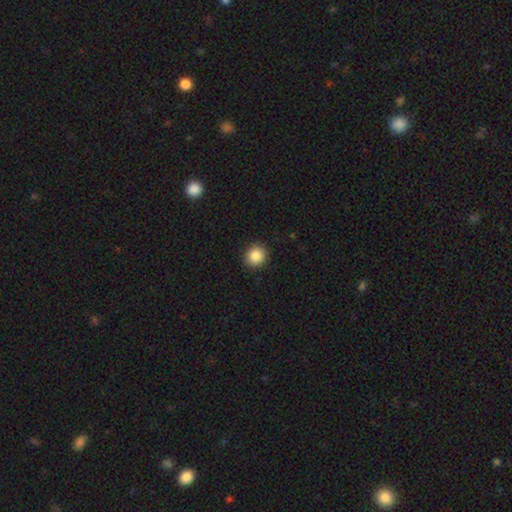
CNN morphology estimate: Q: Smooth or featured?
A: smooth (87%); runner-up: star or artifact (9%)
Q: How rounded?
A: round (91%); runner-up: in between (8%)
Q: Merging?
A: none (92%); runner-up: minor disturbance (5%)